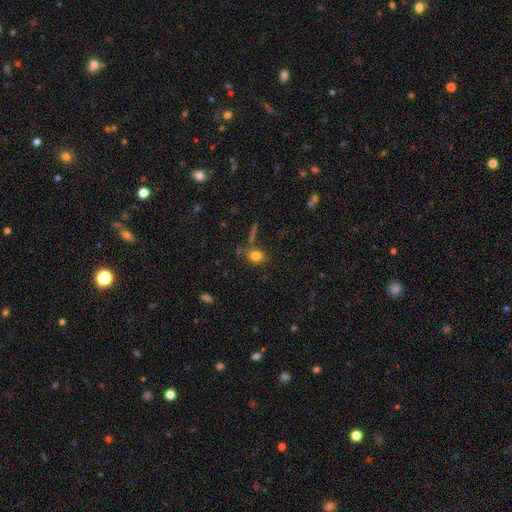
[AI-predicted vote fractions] Smooth or featured? Predicted: smooth (p=0.80). How rounded? Predicted: round (p=0.54). Merging? Predicted: none (p=0.71).